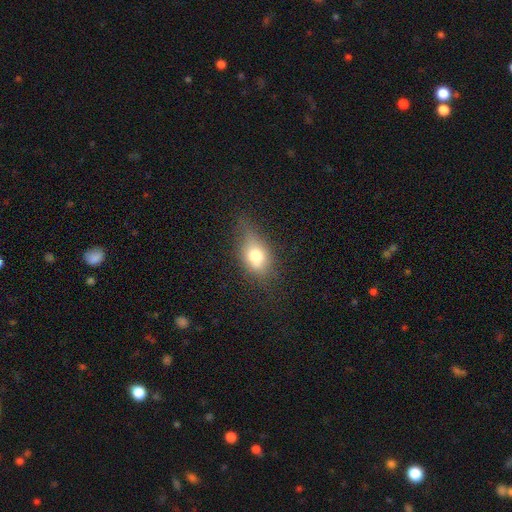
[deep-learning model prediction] smooth-or-featured: smooth: 66% | featured or disk: 23% | star or artifact: 12%
  how-rounded: in between: 73% | round: 21% | cigar-shaped: 6%
  merging: none: 58% | minor disturbance: 28% | major disturbance: 12% | merger: 2%